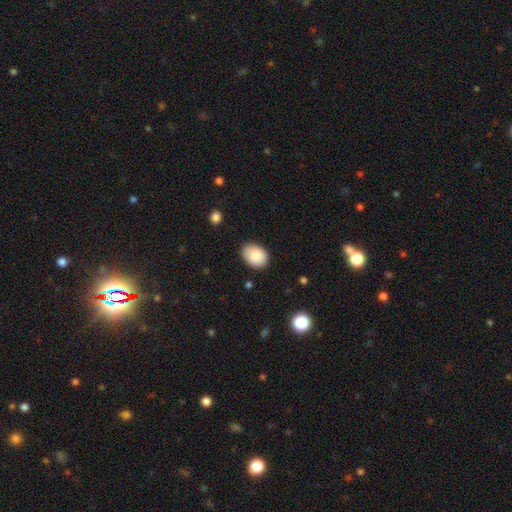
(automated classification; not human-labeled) Smooth or featured: smooth — 87% (star or artifact — 7%)
How rounded: in between — 71% (round — 28%)
Merging: none — 80% (minor disturbance — 16%)